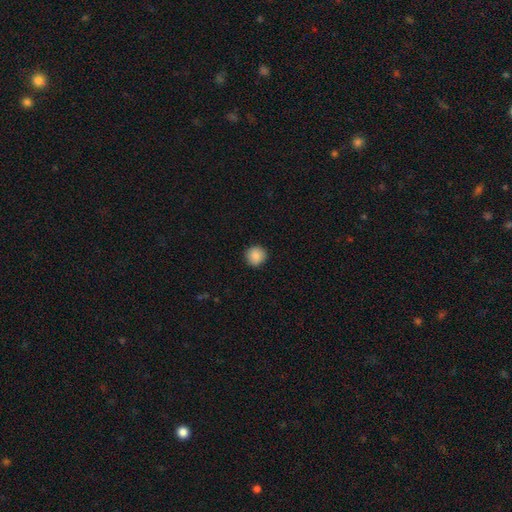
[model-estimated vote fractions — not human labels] Morphology: type=smooth (89%); roundness=round (93%); merging=none (91%).